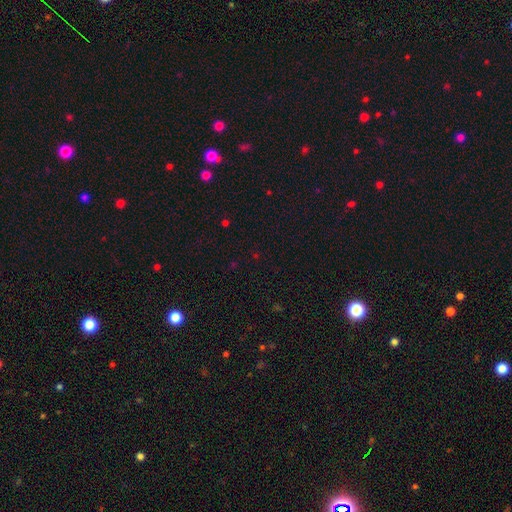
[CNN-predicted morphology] The model was most divided on "smooth or featured": star or artifact: 64%, smooth: 29%, featured or disk: 7%.